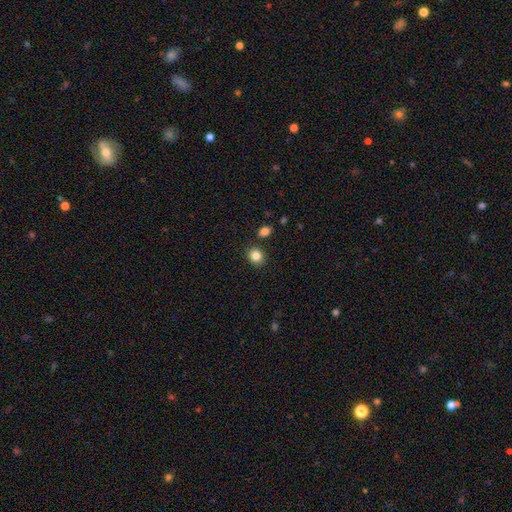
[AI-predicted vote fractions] This is clearly a smooth galaxy (84%). How rounded: likely round (73%). Merging: clearly none (86%).